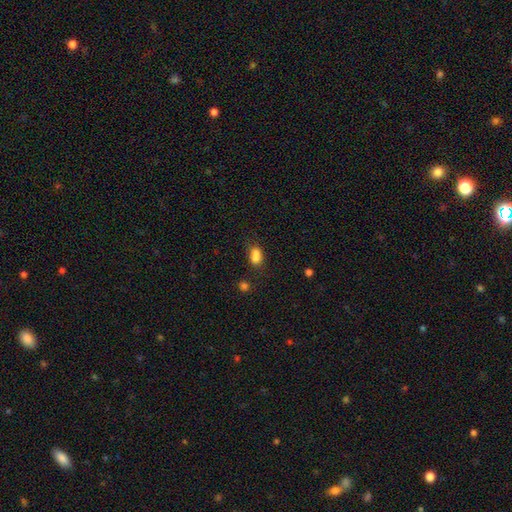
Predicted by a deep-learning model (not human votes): Overall: smooth (77%). How rounded: in between (71%). Merging: none (40%; merger 37%).